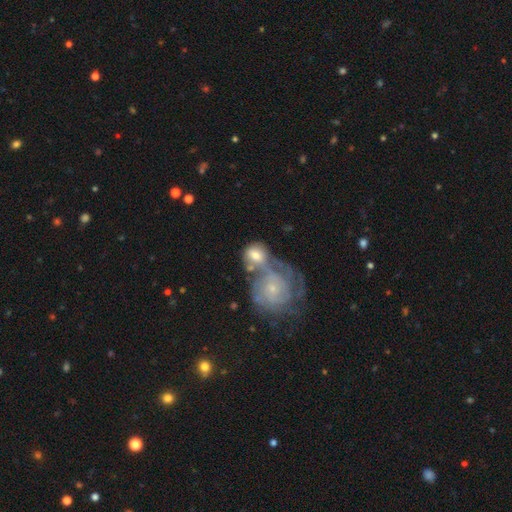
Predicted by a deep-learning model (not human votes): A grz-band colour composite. It shows a featured or disk galaxy (50%). Merging: merger (54%).